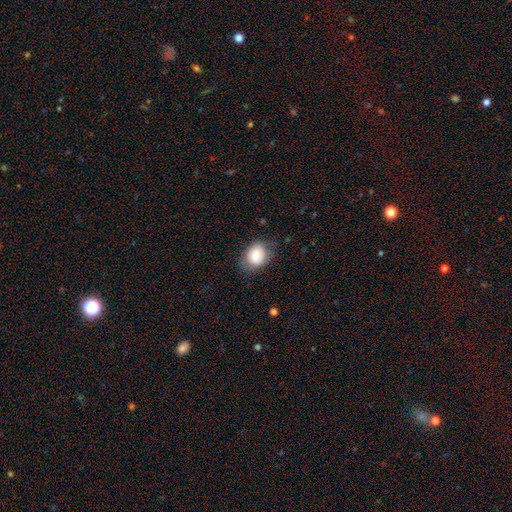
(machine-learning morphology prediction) Smooth or featured?
  - smooth: 73% *
  - featured or disk: 18%
  - star or artifact: 9%
How rounded?
  - round: 55% *
  - in between: 44%
  - cigar-shaped: 1%
Merging?
  - none: 76% *
  - minor disturbance: 17%
  - major disturbance: 5%
  - merger: 1%